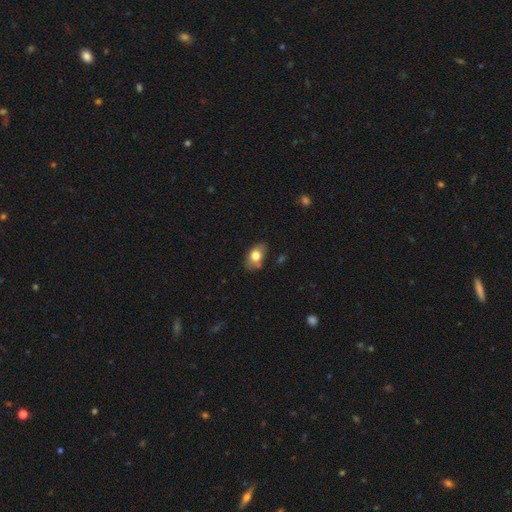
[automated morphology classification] Overall: smooth (76%). How rounded: in between (84%). Merging: none (72%).